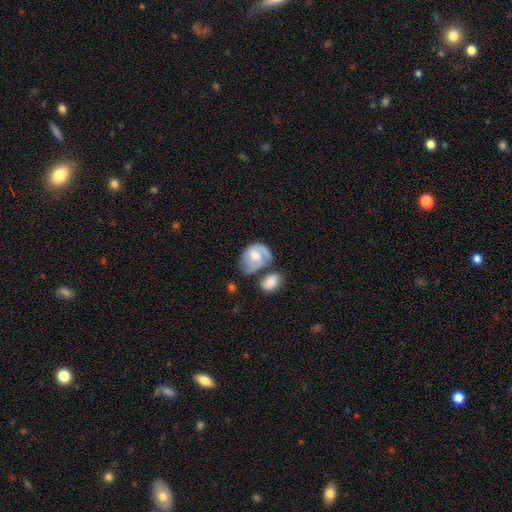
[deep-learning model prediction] Q: Smooth or featured?
A: featured or disk (57%); runner-up: smooth (36%)
Q: Edge-on disk?
A: no (97%); runner-up: yes (3%)
Q: Bar?
A: no (64%); runner-up: weak (30%)
Q: Spiral arms?
A: yes (79%); runner-up: no (21%)
Q: Bulge size?
A: moderate (56%); runner-up: large (21%)
Q: Merging?
A: merger (30%); tied with: none (30%)